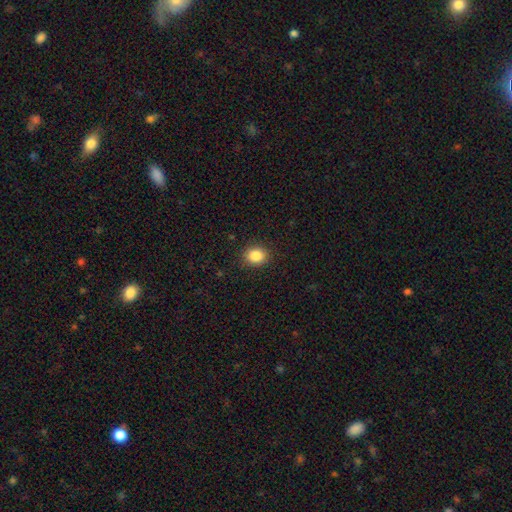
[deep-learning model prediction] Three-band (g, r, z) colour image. It shows a smooth galaxy with no disk features (86%) that is round (64%). Merging: none (89%).